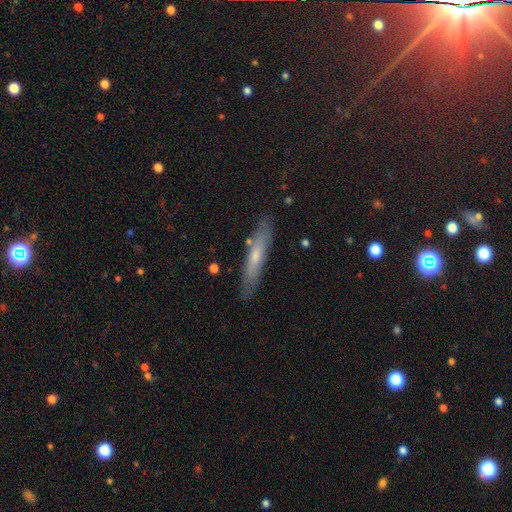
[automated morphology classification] Smooth or featured: smooth — 47% (featured or disk — 46%)
Merging: none — 83% (minor disturbance — 12%)